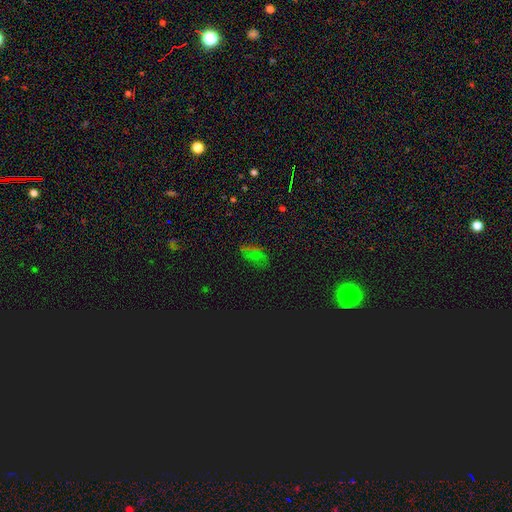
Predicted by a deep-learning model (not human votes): smooth_or_featured: star or artifact (p=0.53) [alt: smooth p=0.37]